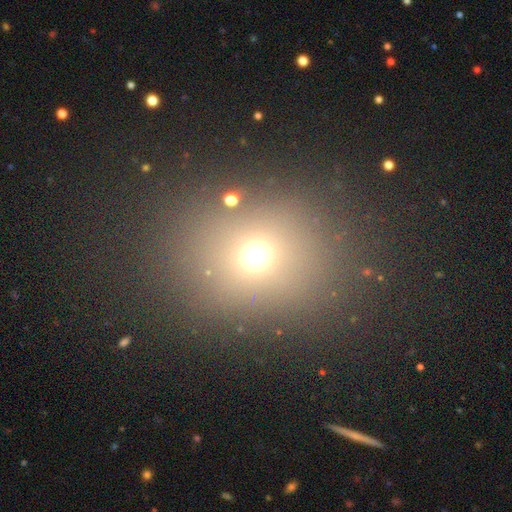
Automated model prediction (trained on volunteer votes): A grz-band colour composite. It shows a smooth galaxy with no disk features (65%) that is round (68%). Merging: none (79%).